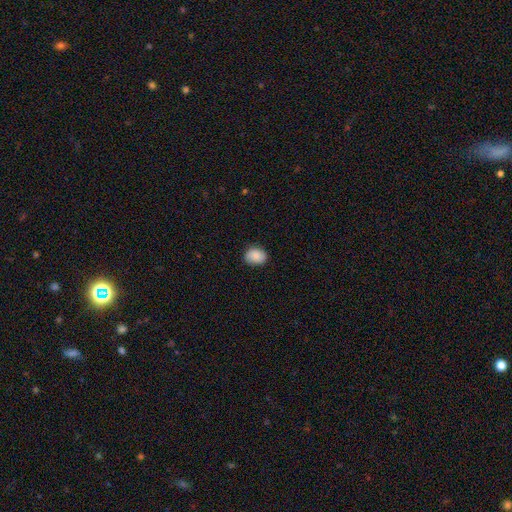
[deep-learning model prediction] This is clearly a smooth galaxy (87%). How rounded: possibly in between (59%). Merging: clearly none (82%).